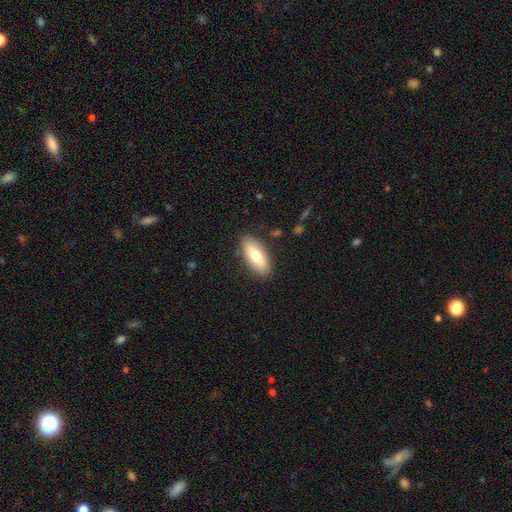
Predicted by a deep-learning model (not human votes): smooth 69%, featured or disk 25%, star or artifact 6%. Down the decision tree: how rounded — in between (83%); merging — none (86%).